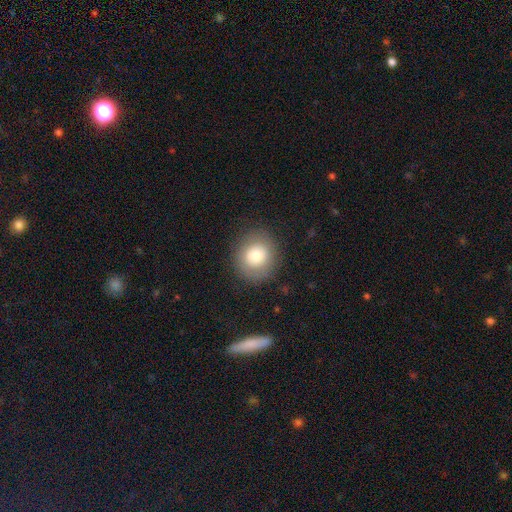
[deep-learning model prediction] The model was most divided on "smooth or featured": smooth: 75%, featured or disk: 15%, star or artifact: 10%. More confident: how rounded — round (86%); merging — none (86%).